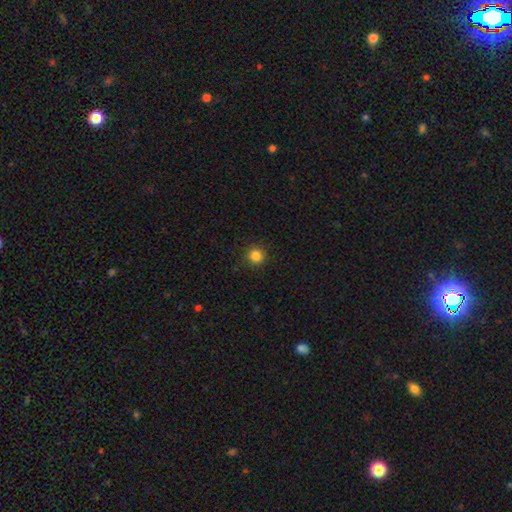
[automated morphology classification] Smooth or featured? Predicted: smooth (p=0.85). How rounded? Predicted: round (p=0.94). Merging? Predicted: none (p=0.92).